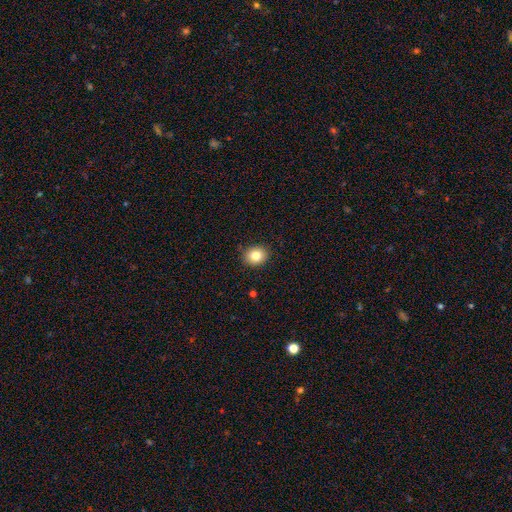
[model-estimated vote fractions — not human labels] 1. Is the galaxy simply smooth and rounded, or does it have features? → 82% smooth, 10% star or artifact, 8% featured or disk.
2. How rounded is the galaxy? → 66% round, 33% in between, 1% cigar-shaped.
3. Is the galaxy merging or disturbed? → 90% none, 7% minor disturbance, 2% major disturbance, 1% merger.